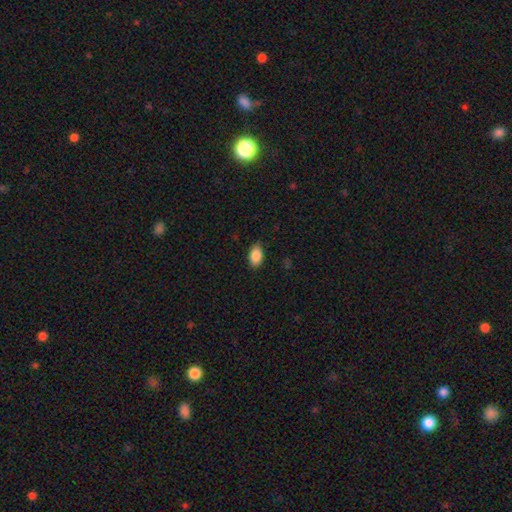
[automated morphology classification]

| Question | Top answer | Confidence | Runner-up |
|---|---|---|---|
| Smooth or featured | smooth | 88% | star or artifact (7%) |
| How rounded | in between | 91% | round (7%) |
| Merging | none | 85% | minor disturbance (12%) |